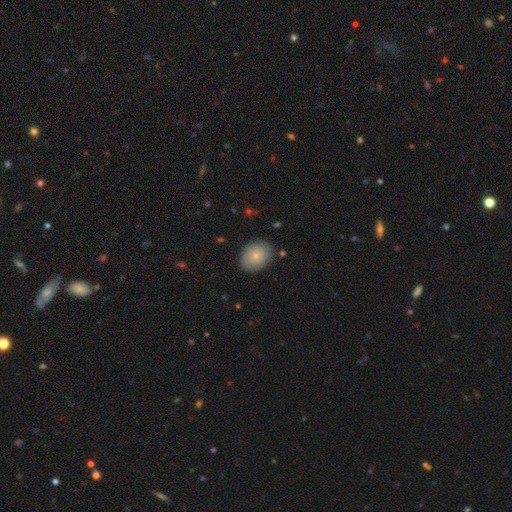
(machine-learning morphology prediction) smooth 81%, featured or disk 12%, star or artifact 7%. Down the decision tree: how rounded — in between (55%); merging — none (83%).